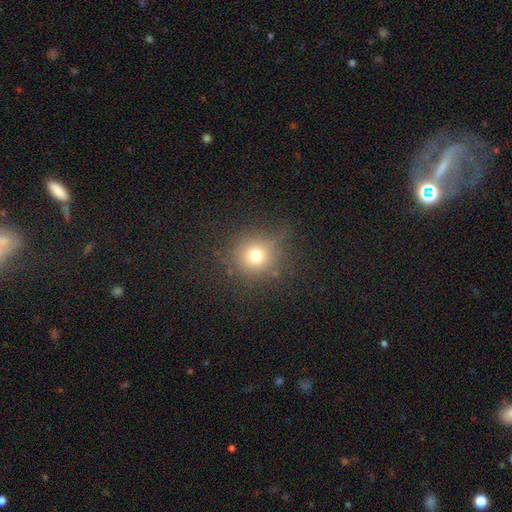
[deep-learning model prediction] Q: Smooth or featured?
A: smooth (71%); runner-up: star or artifact (17%)
Q: How rounded?
A: round (91%); runner-up: in between (7%)
Q: Merging?
A: none (77%); runner-up: minor disturbance (15%)